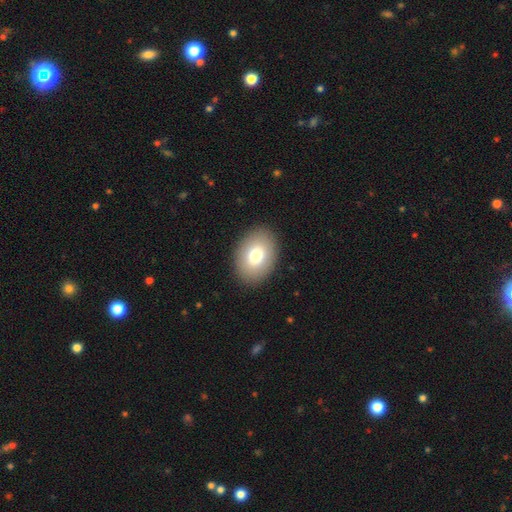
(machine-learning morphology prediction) A smooth galaxy with no disk features (77%) that is in between round and cigar-shaped (77%). Merging: none (90%).